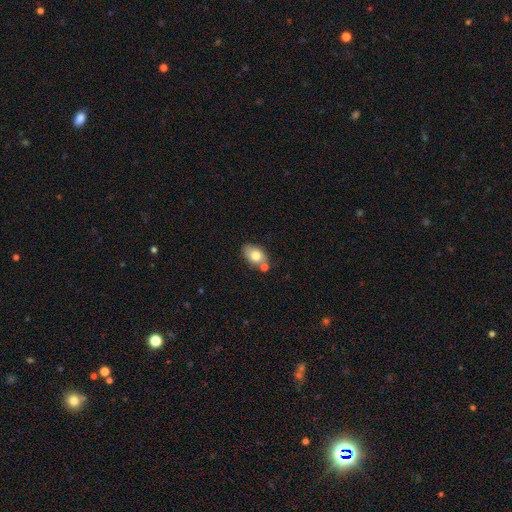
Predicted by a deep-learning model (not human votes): Q: Smooth or featured?
A: smooth (75%); runner-up: featured or disk (18%)
Q: How rounded?
A: in between (84%); runner-up: round (14%)
Q: Merging?
A: none (54%); runner-up: merger (22%)